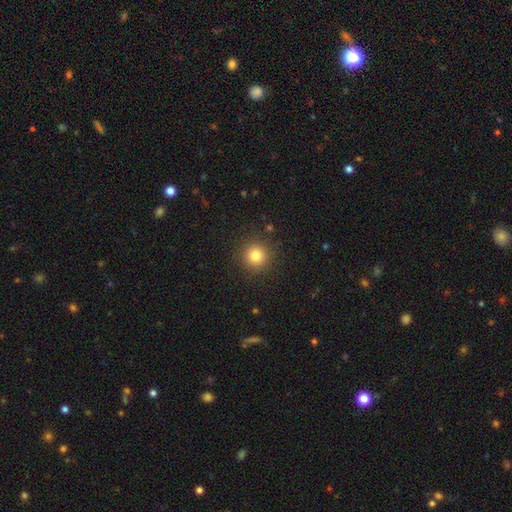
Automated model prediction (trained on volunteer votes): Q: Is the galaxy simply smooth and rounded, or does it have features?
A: smooth — 81%.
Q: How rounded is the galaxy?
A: round — 95%.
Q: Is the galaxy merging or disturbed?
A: none — 91%.